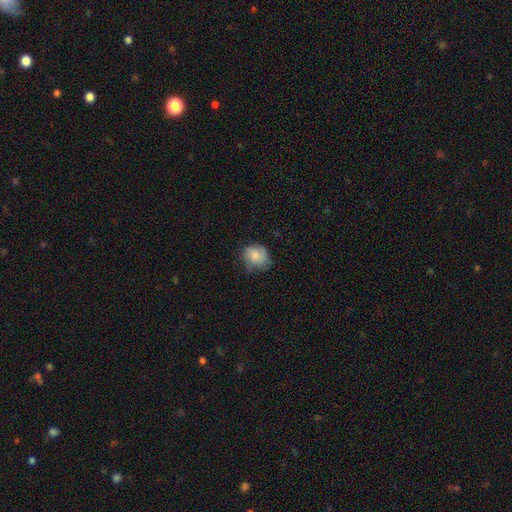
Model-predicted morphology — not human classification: type=smooth (80%); roundness=round (63%); merging=none (57%).